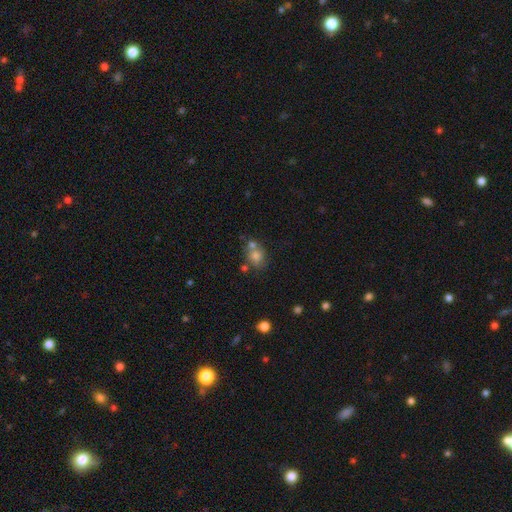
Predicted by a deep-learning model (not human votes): smooth-or-featured: smooth: 74% | featured or disk: 13% | star or artifact: 13%
  how-rounded: round: 66% | in between: 33% | cigar-shaped: 1%
  merging: none: 48% | merger: 33% | minor disturbance: 13% | major disturbance: 5%